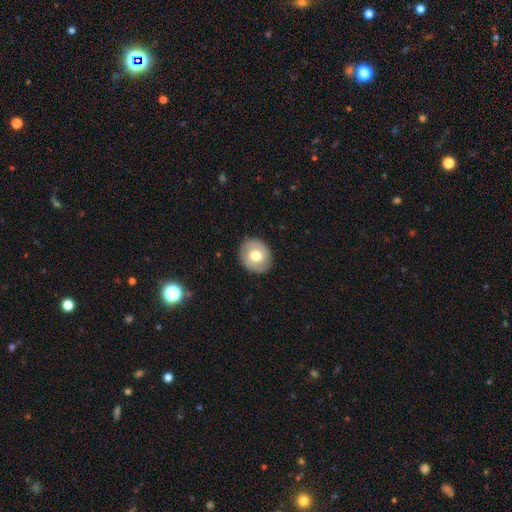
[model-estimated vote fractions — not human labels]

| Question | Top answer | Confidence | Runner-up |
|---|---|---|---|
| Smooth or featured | smooth | 53% | featured or disk (40%) |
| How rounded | round | 72% | in between (27%) |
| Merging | none | 86% | minor disturbance (10%) |